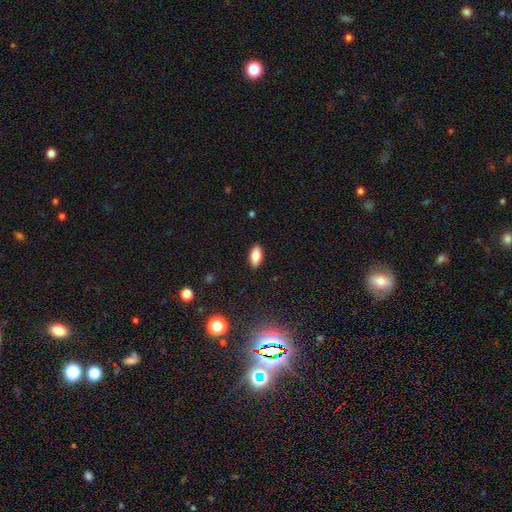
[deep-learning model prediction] This appears to be a smooth galaxy with no disk features (81%) that is in between round and cigar-shaped (89%). Merging: none (89%).